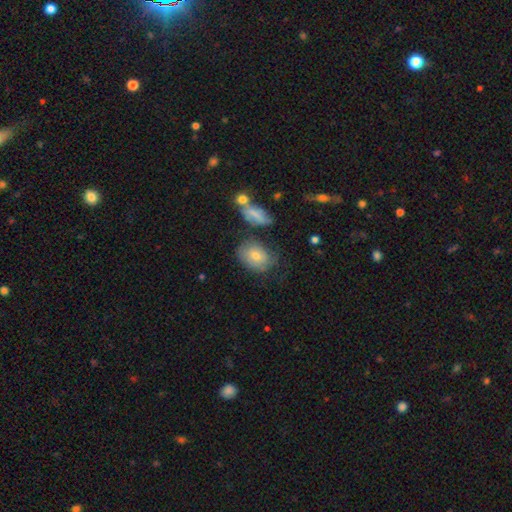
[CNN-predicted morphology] Smooth or featured? smooth (69%)
How rounded? in between (66%)
Merging? none (51%)